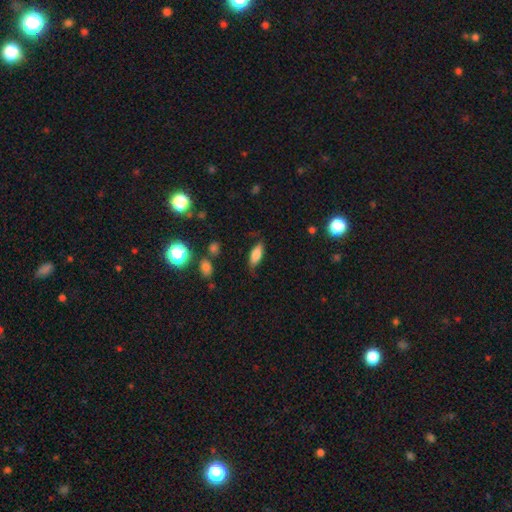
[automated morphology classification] This appears to be a smooth galaxy with no disk features (75%) that is in between round and cigar-shaped (75%). Merging: none (72%).